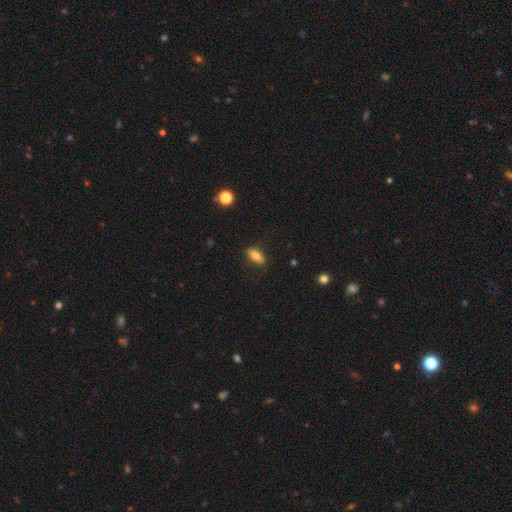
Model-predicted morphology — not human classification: type=smooth (70%); roundness=in between (75%); merging=none (84%).